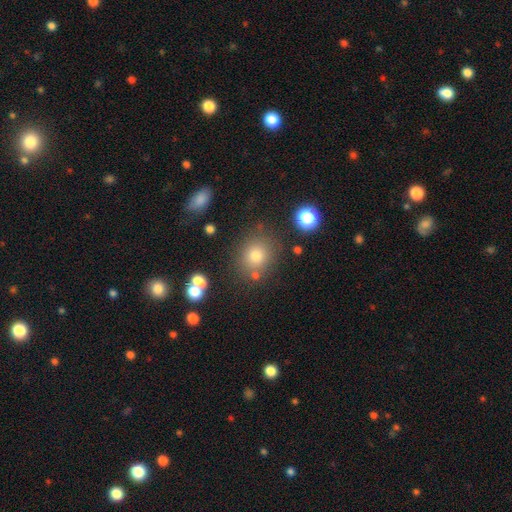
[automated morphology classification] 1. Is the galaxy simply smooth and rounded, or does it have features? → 75% smooth, 16% star or artifact, 9% featured or disk.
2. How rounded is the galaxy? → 81% round, 18% in between, 1% cigar-shaped.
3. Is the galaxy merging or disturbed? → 78% none, 11% minor disturbance, 7% merger, 4% major disturbance.